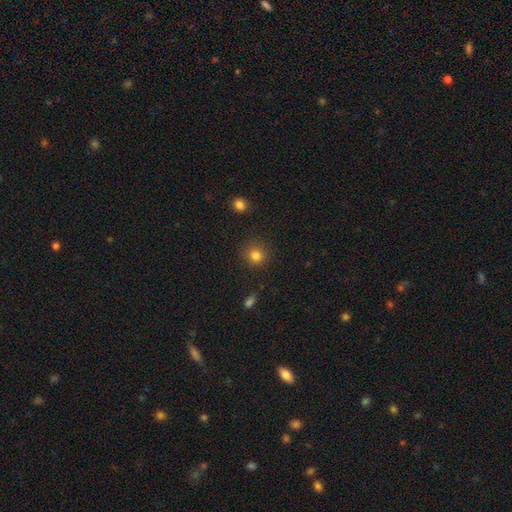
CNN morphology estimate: Q: Smooth or featured?
A: smooth (82%); runner-up: star or artifact (13%)
Q: How rounded?
A: round (89%); runner-up: in between (10%)
Q: Merging?
A: none (86%); runner-up: minor disturbance (9%)